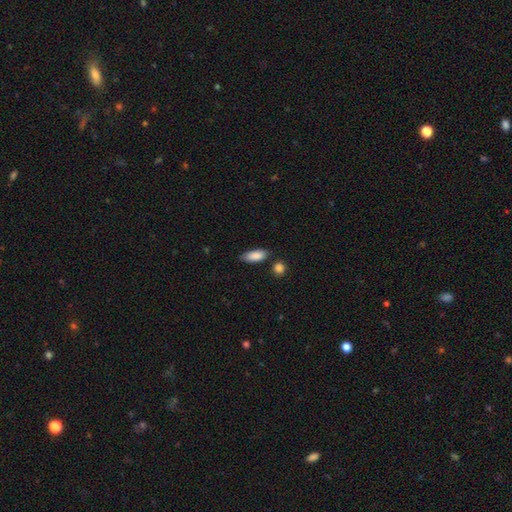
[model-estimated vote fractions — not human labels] smooth 88%, star or artifact 6%, featured or disk 6%. Down the decision tree: how rounded — in between (81%); merging — none (71%).